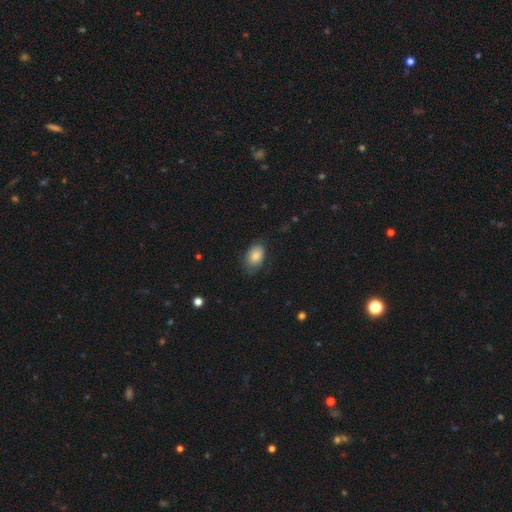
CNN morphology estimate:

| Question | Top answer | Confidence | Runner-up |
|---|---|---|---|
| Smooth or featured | smooth | 84% | featured or disk (9%) |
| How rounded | in between | 88% | round (11%) |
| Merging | none | 70% | minor disturbance (22%) |